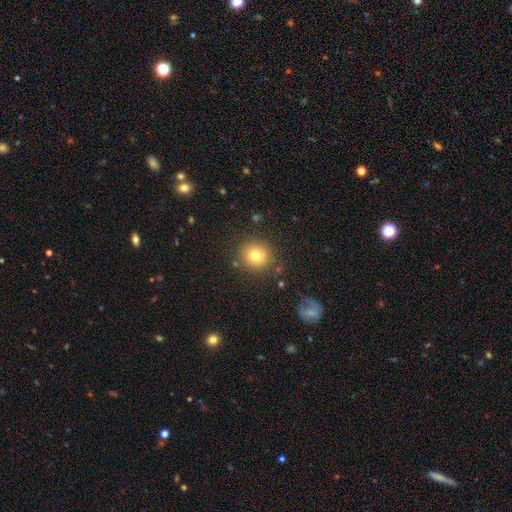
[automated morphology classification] Smooth or featured? smooth (77%)
How rounded? round (91%)
Merging? none (85%)